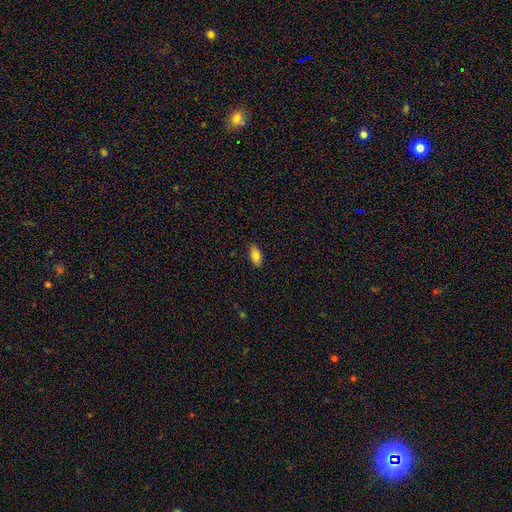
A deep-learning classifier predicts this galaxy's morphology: The model was most divided on "smooth or featured": smooth: 81%, featured or disk: 11%, star or artifact: 8%. More confident: how rounded — in between (90%); merging — none (86%).